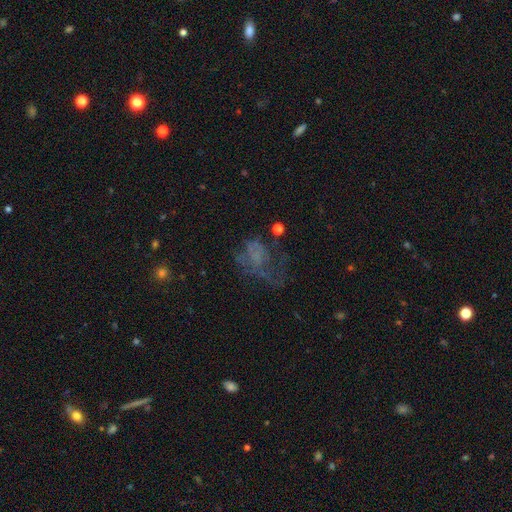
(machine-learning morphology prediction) A featured or disk galaxy (43%). Merging: major disturbance (49%).